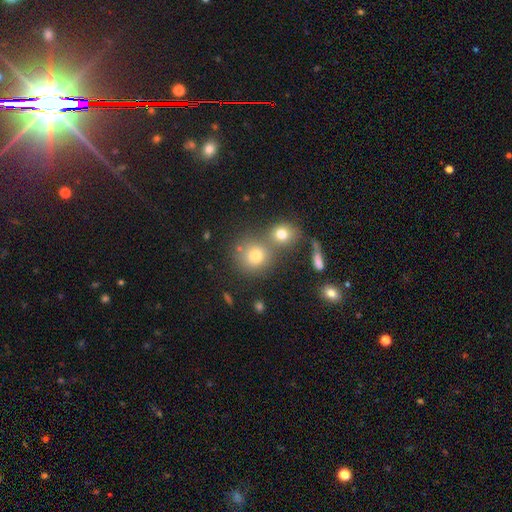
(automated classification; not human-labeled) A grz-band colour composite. It shows a smooth galaxy with no disk features (74%) that is round (86%). Merging: none (52%).